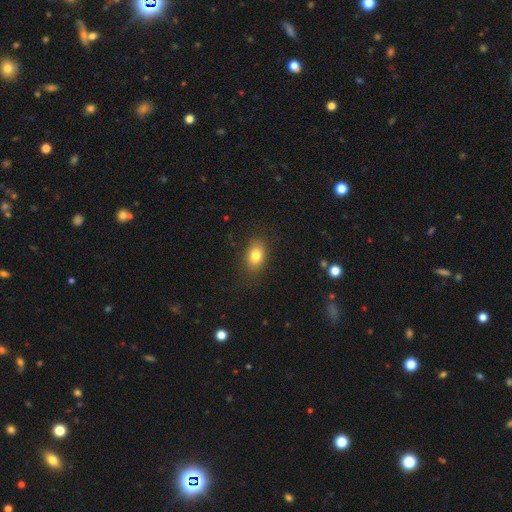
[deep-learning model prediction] smooth_or_featured: smooth (p=0.81) [alt: featured or disk p=0.10]
how_rounded: in between (p=0.82) [alt: round p=0.16]
merging: none (p=0.84) [alt: minor disturbance p=0.11]